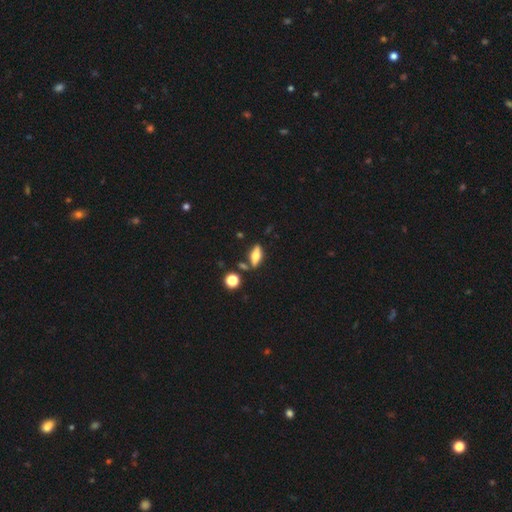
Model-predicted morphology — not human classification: Q: Smooth or featured?
A: smooth (50%); runner-up: featured or disk (40%)
Q: How rounded?
A: in between (61%); runner-up: cigar-shaped (33%)
Q: Merging?
A: none (75%); runner-up: minor disturbance (13%)